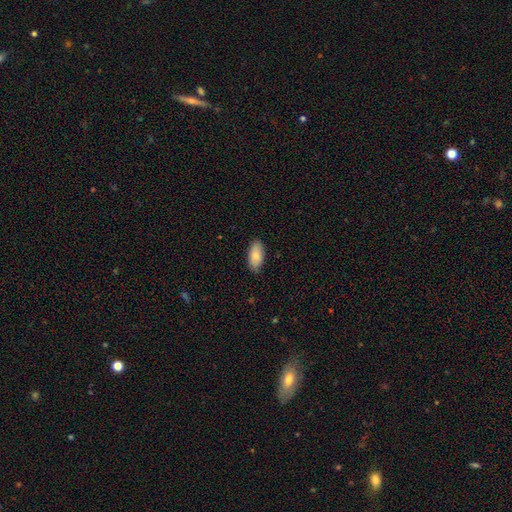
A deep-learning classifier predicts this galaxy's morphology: This appears to be a smooth galaxy with no disk features (81%) that is in between round and cigar-shaped (92%). Merging: none (83%).